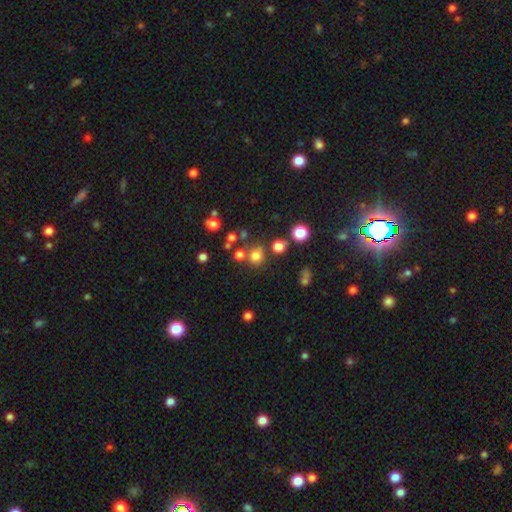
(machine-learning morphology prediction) Smooth or featured?
  - smooth: 74% *
  - star or artifact: 19%
  - featured or disk: 7%
How rounded?
  - round: 89% *
  - in between: 10%
  - cigar-shaped: 1%
Merging?
  - none: 71% *
  - merger: 14%
  - minor disturbance: 10%
  - major disturbance: 5%